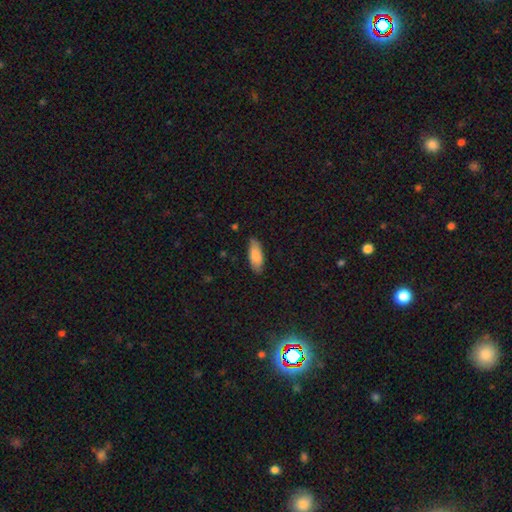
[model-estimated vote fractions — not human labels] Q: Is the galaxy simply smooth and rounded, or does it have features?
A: smooth — 87%.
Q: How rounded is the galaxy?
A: in between — 78%.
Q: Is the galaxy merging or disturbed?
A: none — 82%.